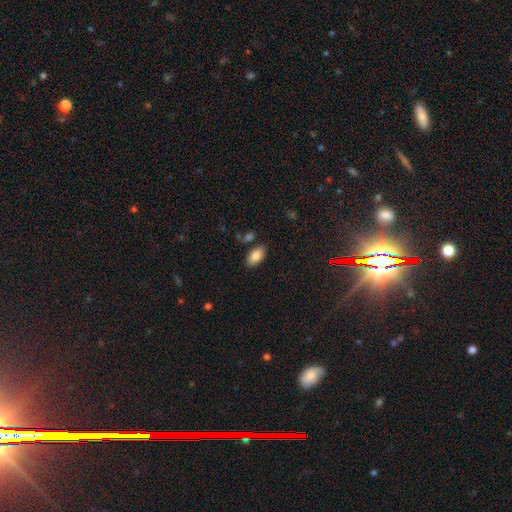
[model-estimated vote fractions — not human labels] Smooth or featured? Predicted: smooth (p=0.85). How rounded? Predicted: in between (p=0.94). Merging? Predicted: none (p=0.81).